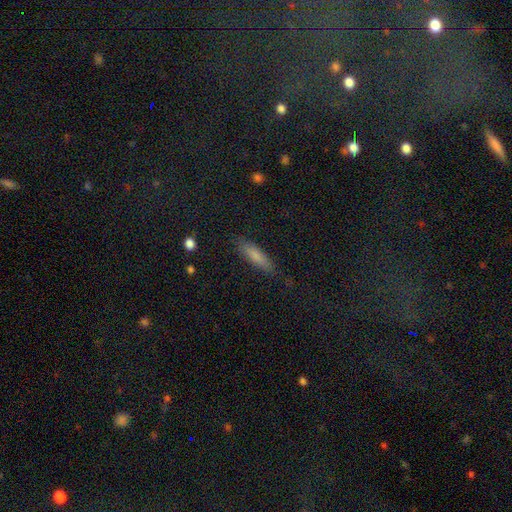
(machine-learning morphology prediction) Overall: smooth (79%). How rounded: cigar-shaped (72%). Merging: none (83%).